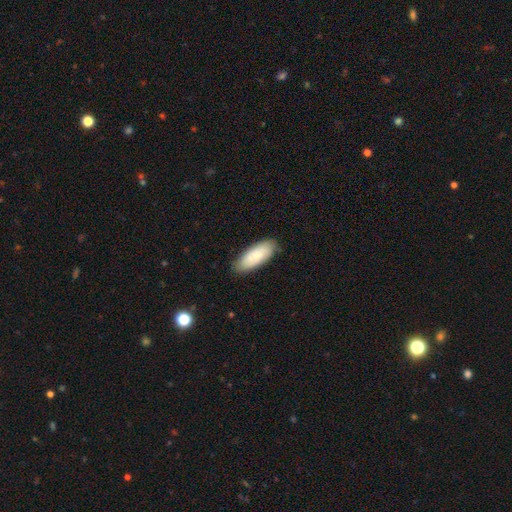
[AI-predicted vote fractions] A smooth galaxy with no disk features (80%) that is in between round and cigar-shaped (78%).

Vote fractions:
- Smooth or featured? smooth: 80% / featured or disk: 14% / star or artifact: 6%
- How rounded? in between: 78% / cigar-shaped: 20% / round: 2%
- Merging? none: 83% / minor disturbance: 14% / major disturbance: 2% / merger: 1%